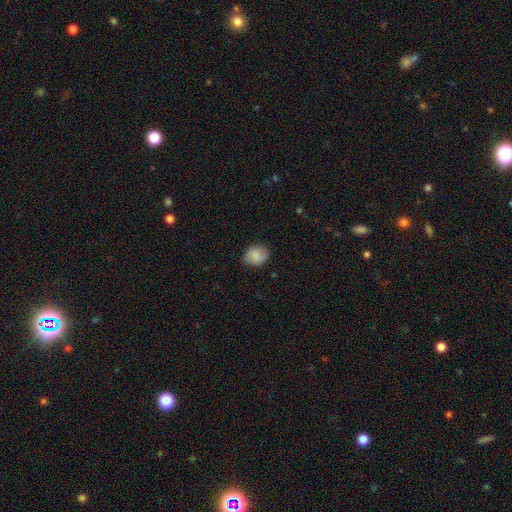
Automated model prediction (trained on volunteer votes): Smooth or featured?
  - smooth: 78% *
  - featured or disk: 14%
  - star or artifact: 8%
How rounded?
  - round: 55% *
  - in between: 44%
  - cigar-shaped: 1%
Merging?
  - none: 84% *
  - minor disturbance: 12%
  - major disturbance: 3%
  - merger: 1%